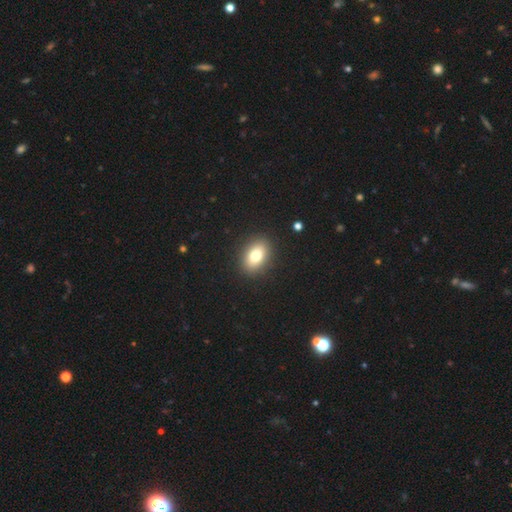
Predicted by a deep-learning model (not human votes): Morphology: type=smooth (77%); roundness=in between (80%); merging=none (90%).